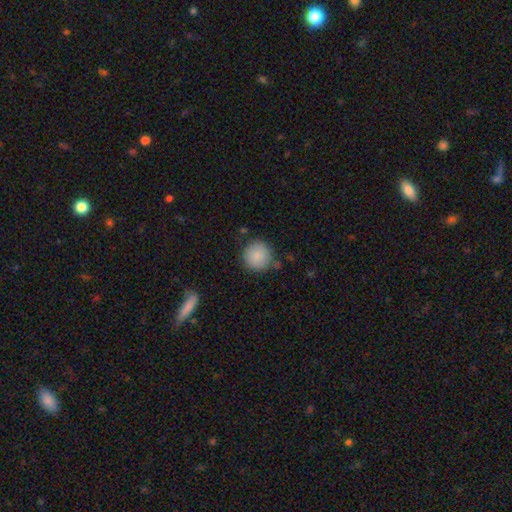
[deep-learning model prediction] Smooth or featured: smooth — 87% (star or artifact — 8%)
How rounded: round — 95% (in between — 5%)
Merging: none — 82% (minor disturbance — 11%)